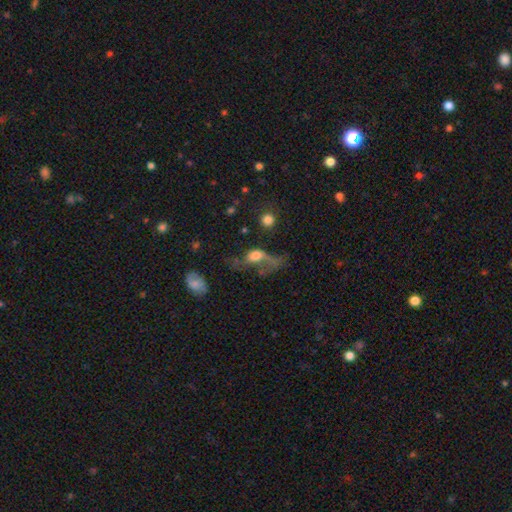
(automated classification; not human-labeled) smooth 49%, featured or disk 36%, star or artifact 14%. Down the decision tree: merging — major disturbance (56%).